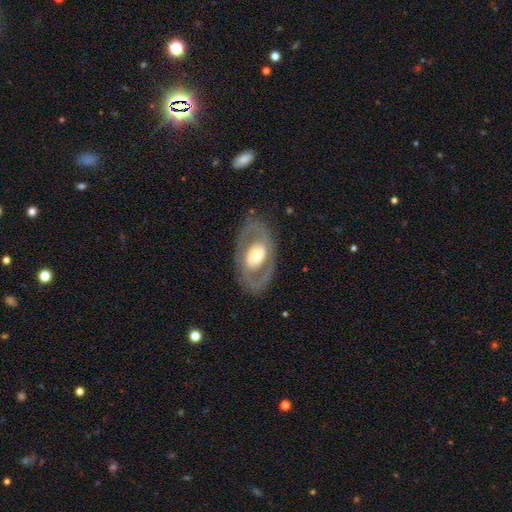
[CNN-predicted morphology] featured or disk 73%, smooth 22%, star or artifact 5%. Down the decision tree: edge-on disk — no (93%); bar — no (63%); spiral arms — yes (52%); bulge size — moderate (59%); merging — none (79%).